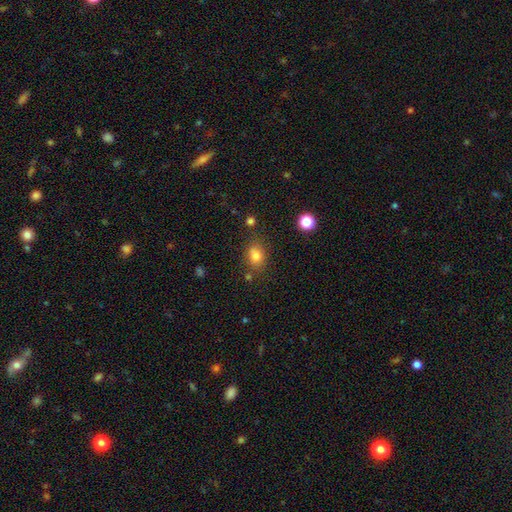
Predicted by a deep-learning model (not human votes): smooth 80%, star or artifact 12%, featured or disk 8%. Down the decision tree: how rounded — in between (57%); merging — none (75%).